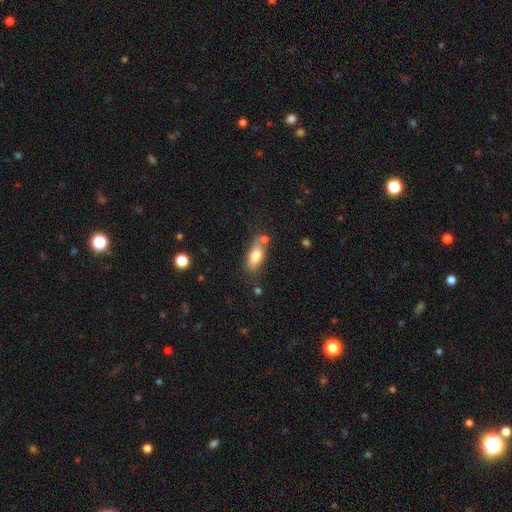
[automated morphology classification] A smooth galaxy with no disk features (78%) that is in between round and cigar-shaped (80%). Merging: none (56%).